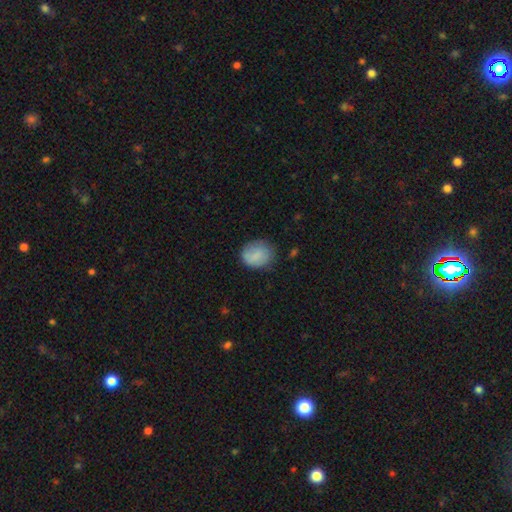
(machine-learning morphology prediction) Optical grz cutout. It shows a smooth galaxy with no disk features (81%) that is round (58%). Merging: none (69%).